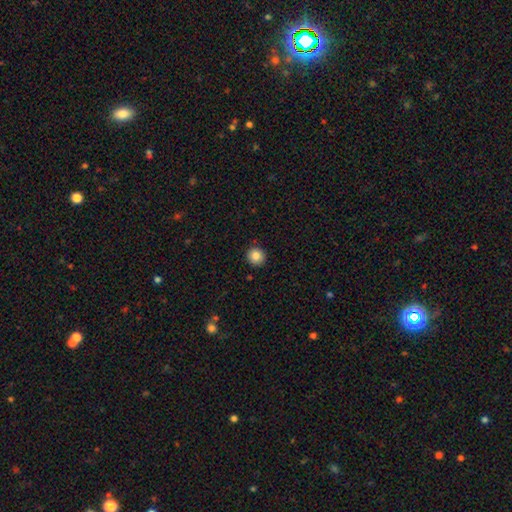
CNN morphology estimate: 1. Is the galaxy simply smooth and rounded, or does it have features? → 85% smooth, 10% star or artifact, 5% featured or disk.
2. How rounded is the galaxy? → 93% round, 6% in between, 1% cigar-shaped.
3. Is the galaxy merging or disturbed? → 91% none, 6% minor disturbance, 2% major disturbance, 1% merger.